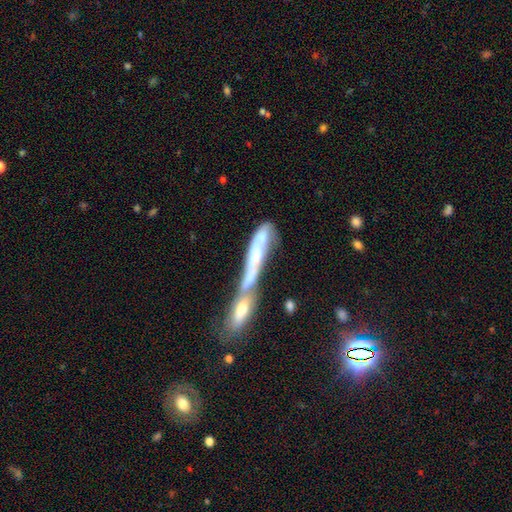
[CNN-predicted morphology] type=featured or disk (47%); merging=merger (60%).